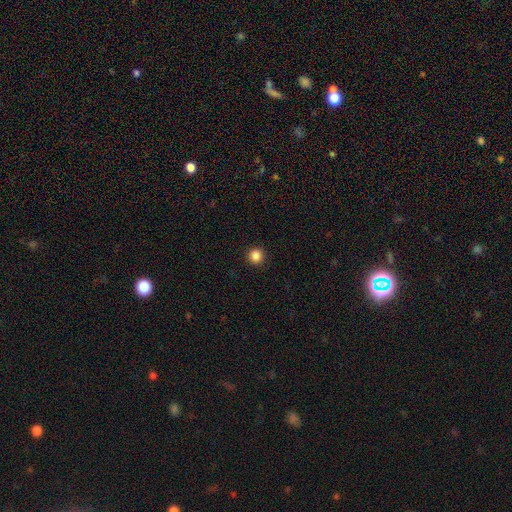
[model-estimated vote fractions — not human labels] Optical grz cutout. It shows a smooth galaxy with no disk features (86%) that is round (96%). Merging: none (93%).